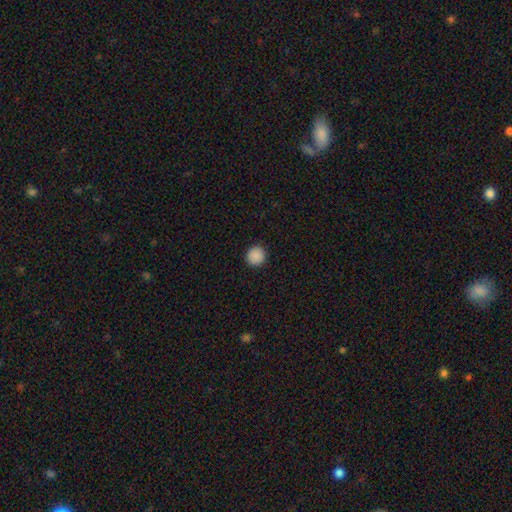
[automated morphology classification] A smooth galaxy with no disk features (89%) that is round (93%). Merging: none (93%).